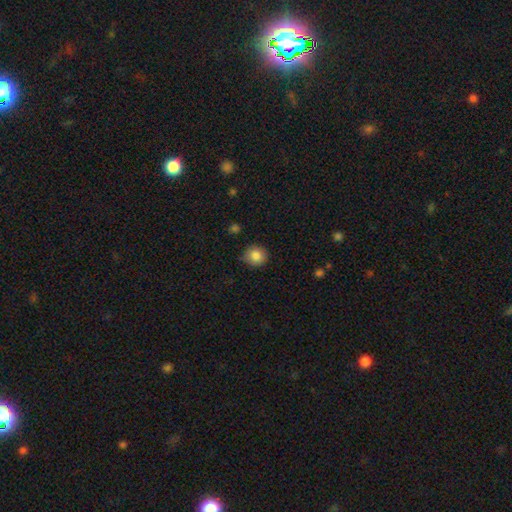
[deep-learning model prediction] This is clearly a smooth galaxy (85%). How rounded: clearly round (87%). Merging: clearly none (82%).